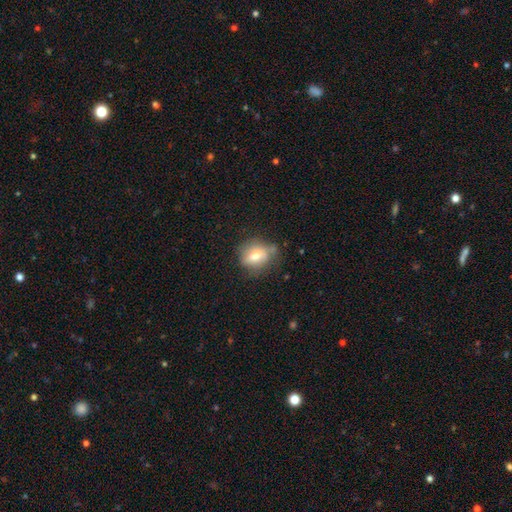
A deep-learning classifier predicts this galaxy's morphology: Smooth or featured?
  - smooth: 66% *
  - featured or disk: 24%
  - star or artifact: 10%
How rounded?
  - round: 52% *
  - in between: 46%
  - cigar-shaped: 2%
Merging?
  - none: 57% *
  - minor disturbance: 30%
  - major disturbance: 9%
  - merger: 3%